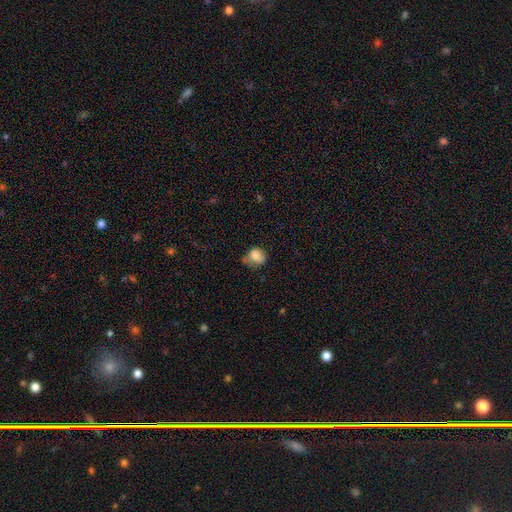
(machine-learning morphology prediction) The model was most divided on "merging": none: 45%, minor disturbance: 35%, major disturbance: 15%, merger: 5%. More confident: smooth or featured — smooth (80%); how rounded — round (67%).